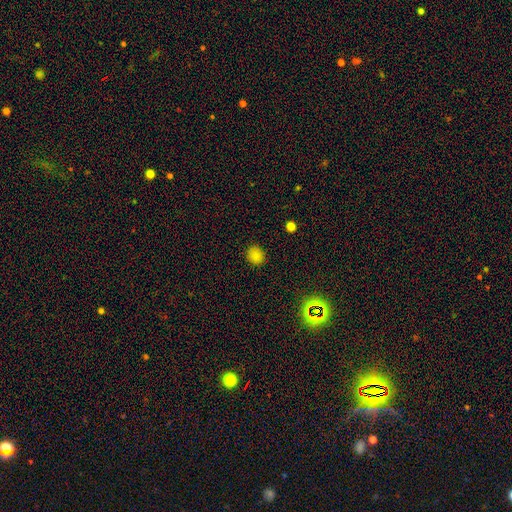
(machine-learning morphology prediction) The model was most divided on "how rounded": round: 80%, in between: 19%, cigar-shaped: 1%. More confident: merging — none (89%); smooth or featured — smooth (80%).